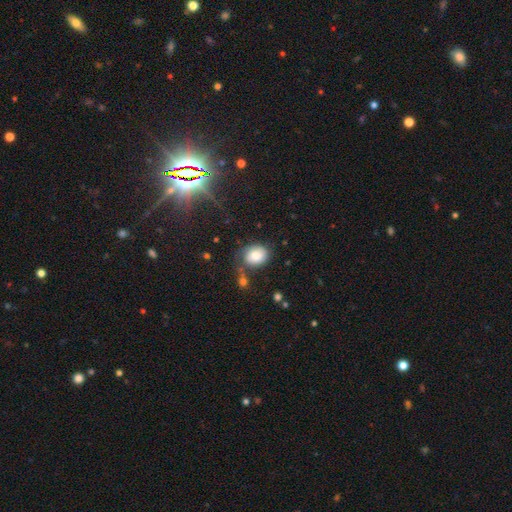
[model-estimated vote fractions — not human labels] Smooth or featured?
  - smooth: 79% *
  - featured or disk: 12%
  - star or artifact: 9%
How rounded?
  - round: 56% *
  - in between: 43%
  - cigar-shaped: 1%
Merging?
  - none: 63% *
  - minor disturbance: 21%
  - merger: 9%
  - major disturbance: 8%